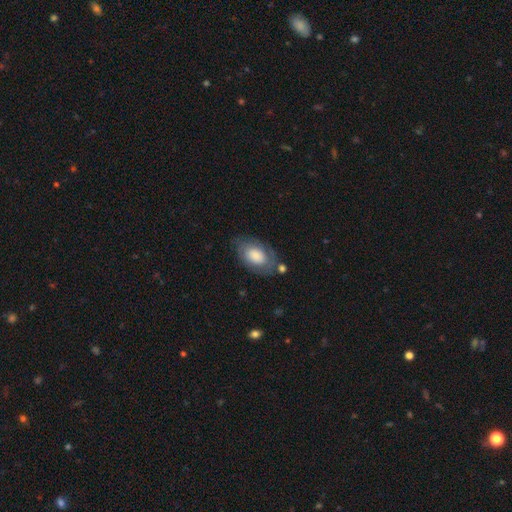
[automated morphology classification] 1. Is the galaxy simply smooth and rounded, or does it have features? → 69% smooth, 24% featured or disk, 7% star or artifact.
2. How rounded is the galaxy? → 91% in between, 8% round, 1% cigar-shaped.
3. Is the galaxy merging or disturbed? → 66% none, 21% minor disturbance, 9% major disturbance, 4% merger.